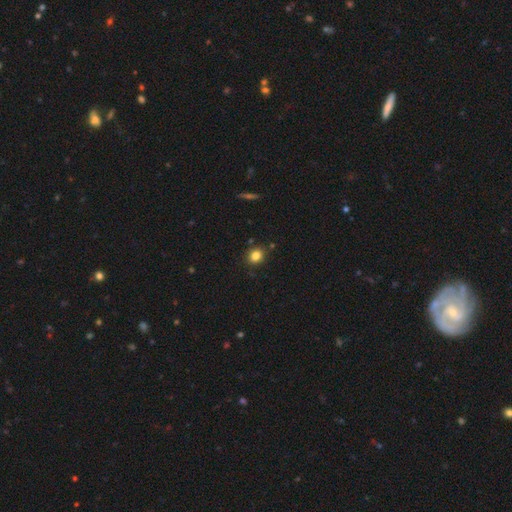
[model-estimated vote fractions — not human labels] A smooth galaxy with no disk features (82%) that is round (69%). Merging: none (85%).